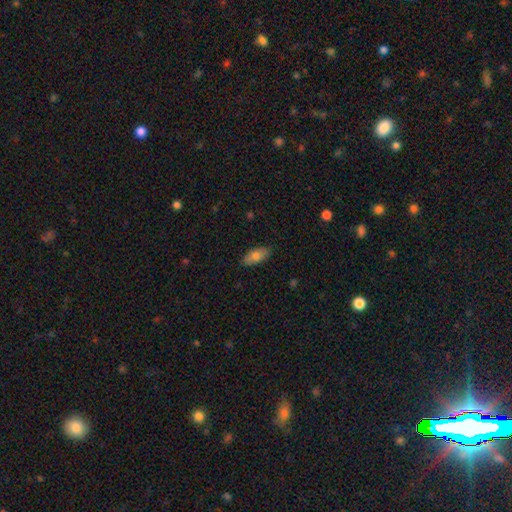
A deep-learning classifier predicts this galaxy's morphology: Smooth or featured? smooth (78%)
How rounded? in between (85%)
Merging? none (86%)